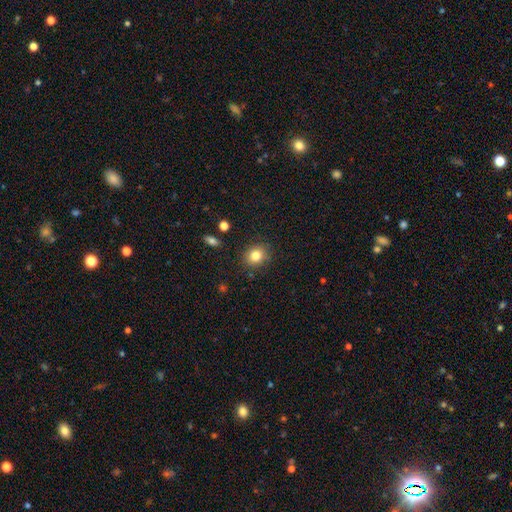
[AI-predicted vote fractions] Q: Smooth or featured?
A: smooth (82%); runner-up: star or artifact (10%)
Q: How rounded?
A: round (71%); runner-up: in between (28%)
Q: Merging?
A: none (87%); runner-up: minor disturbance (9%)